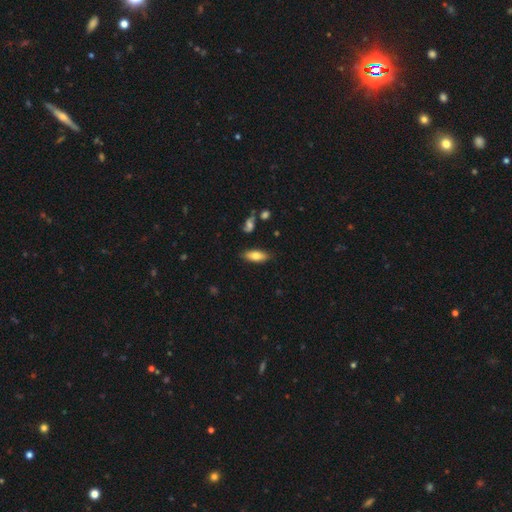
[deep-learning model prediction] Overall: smooth (77%). How rounded: in between (76%). Merging: none (83%).